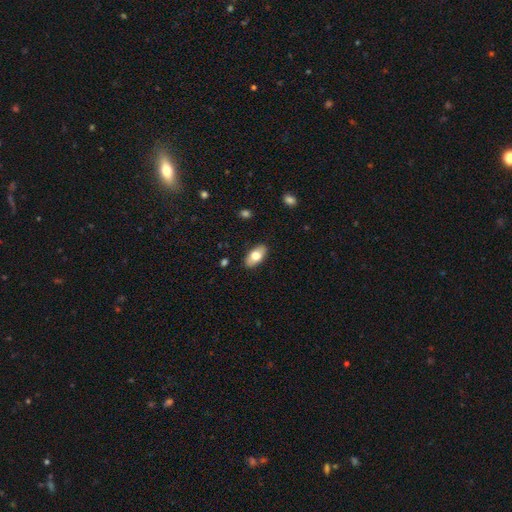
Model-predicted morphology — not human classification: This is likely a smooth galaxy (73%). How rounded: clearly in between (92%). Merging: clearly none (88%).